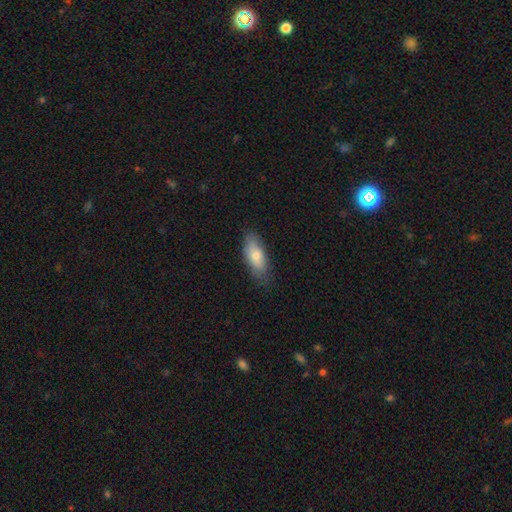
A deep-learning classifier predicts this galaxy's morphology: A smooth galaxy with no disk features (76%) that is in between round and cigar-shaped (77%). Merging: none (76%).